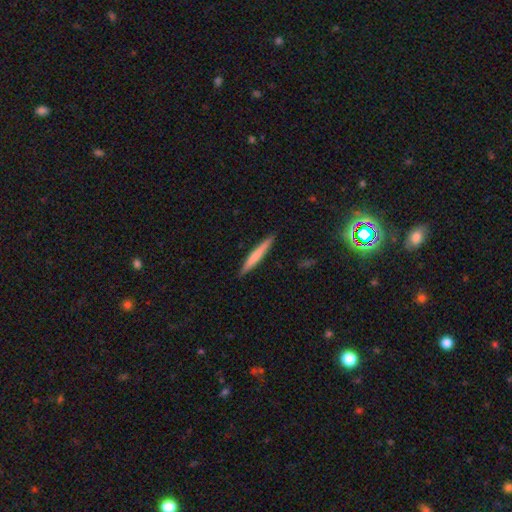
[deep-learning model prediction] Smooth or featured: smooth — 63% (featured or disk — 31%)
How rounded: cigar-shaped — 96% (in between — 3%)
Merging: none — 91% (minor disturbance — 7%)